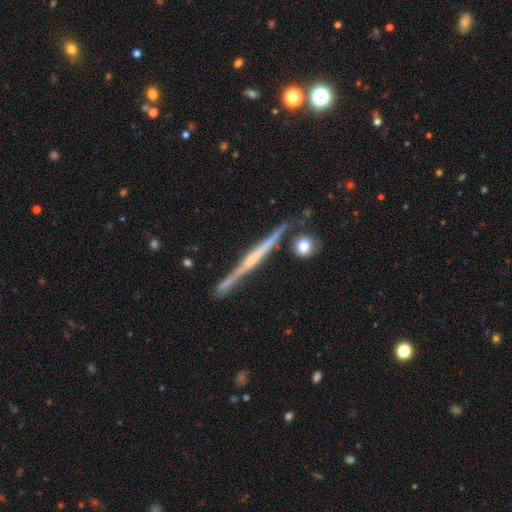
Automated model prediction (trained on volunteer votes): Q: Smooth or featured?
A: featured or disk (79%); runner-up: smooth (16%)
Q: Edge-on disk?
A: yes (98%); runner-up: no (2%)
Q: Edge-on bulge?
A: none (47%); runner-up: rounded (36%)
Q: Merging?
A: none (87%); runner-up: minor disturbance (9%)